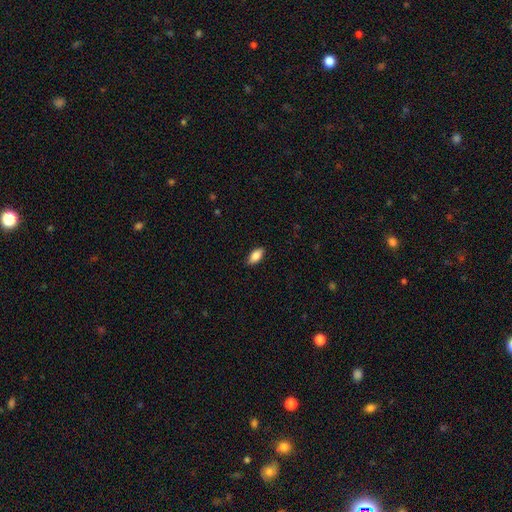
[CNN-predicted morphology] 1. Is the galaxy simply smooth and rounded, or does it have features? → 84% smooth, 9% featured or disk, 7% star or artifact.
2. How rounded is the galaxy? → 88% in between, 8% cigar-shaped, 3% round.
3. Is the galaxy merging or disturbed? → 87% none, 10% minor disturbance, 2% major disturbance, 1% merger.